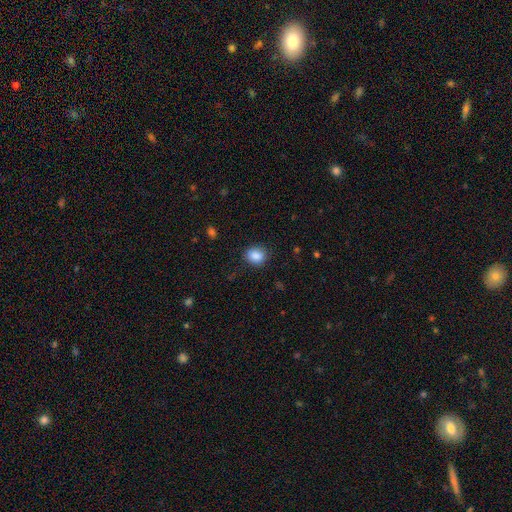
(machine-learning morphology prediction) The model was most divided on "how rounded": round: 62%, in between: 37%, cigar-shaped: 1%. More confident: smooth or featured — smooth (87%); merging — none (83%).